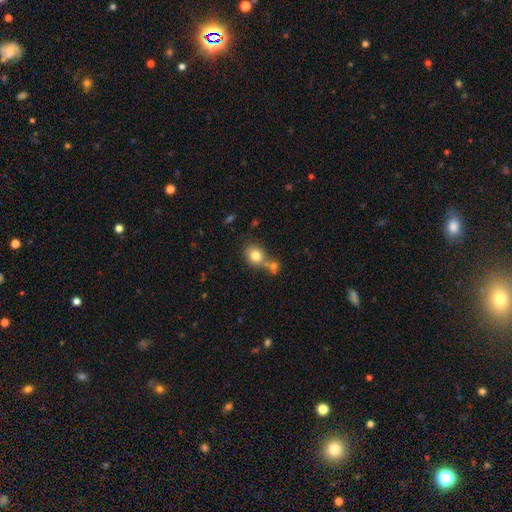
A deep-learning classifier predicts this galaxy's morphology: Smooth or featured? Predicted: smooth (p=0.78). How rounded? Predicted: round (p=0.67). Merging? Predicted: none (p=0.51).